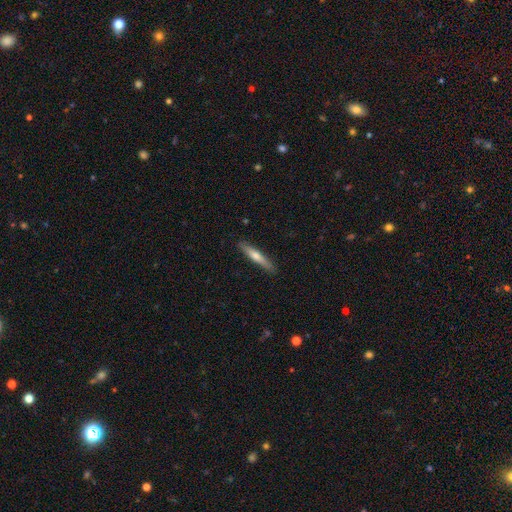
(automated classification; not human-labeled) This appears to be a smooth galaxy with no disk features (57%) that is cigar-shaped (92%). Merging: none (88%).